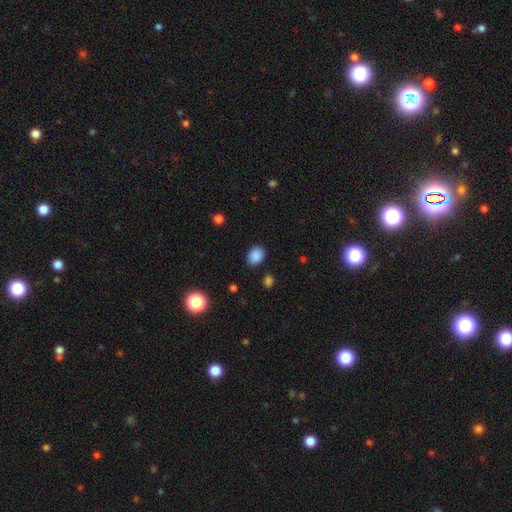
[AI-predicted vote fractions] A smooth galaxy with no disk features (87%) that is in between round and cigar-shaped (62%).

Vote fractions:
- Smooth or featured? smooth: 87% / star or artifact: 9% / featured or disk: 3%
- How rounded? in between: 62% / round: 37% / cigar-shaped: 1%
- Merging? none: 84% / minor disturbance: 11% / major disturbance: 3% / merger: 2%